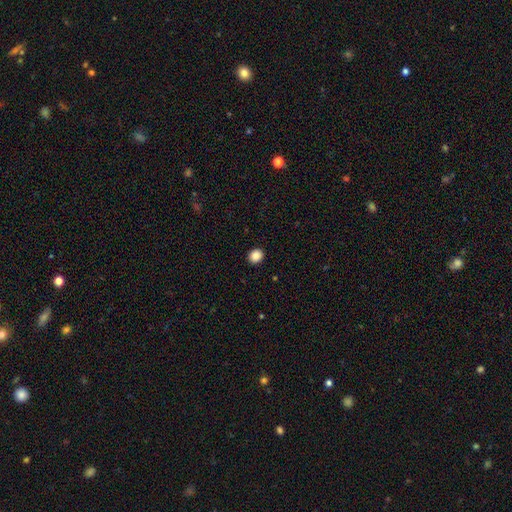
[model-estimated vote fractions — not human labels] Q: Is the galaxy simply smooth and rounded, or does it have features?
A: smooth — 88%.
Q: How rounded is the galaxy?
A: round — 69%.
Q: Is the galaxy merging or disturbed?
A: none — 92%.